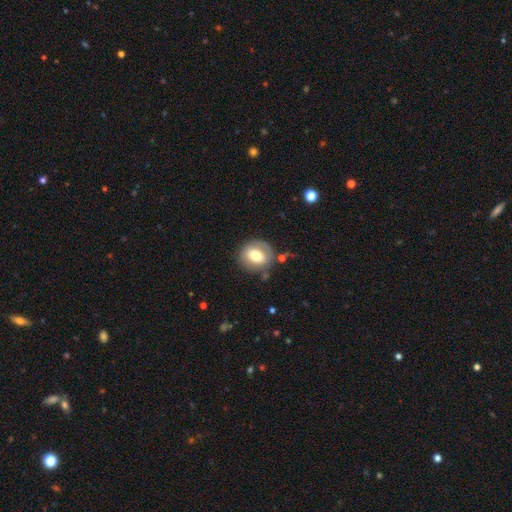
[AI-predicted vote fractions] A smooth galaxy with no disk features (57%) that is round (66%). Merging: none (69%).